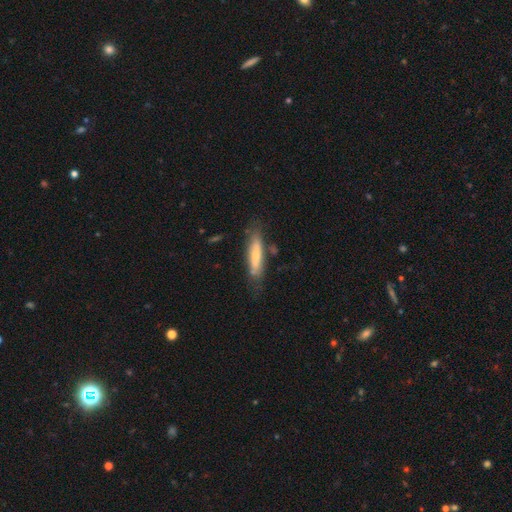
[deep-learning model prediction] A smooth galaxy with no disk features (57%) that is cigar-shaped (73%).

Vote fractions:
- Smooth or featured? smooth: 57% / featured or disk: 37% / star or artifact: 6%
- How rounded? cigar-shaped: 73% / in between: 25% / round: 2%
- Merging? none: 67% / minor disturbance: 21% / major disturbance: 7% / merger: 5%